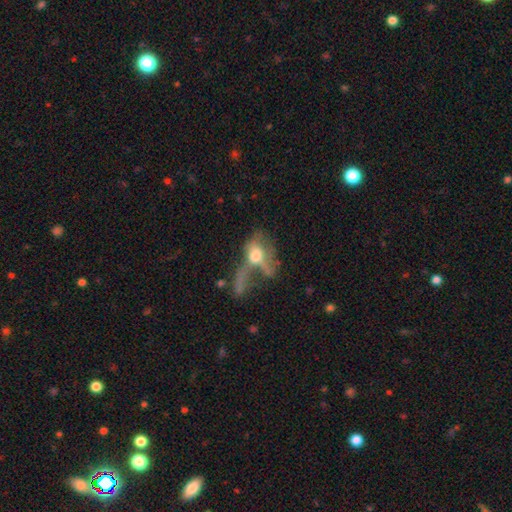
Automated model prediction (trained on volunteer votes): The model was most divided on "smooth or featured": smooth: 46%, featured or disk: 43%, star or artifact: 11%. More confident: merging — major disturbance (55%).